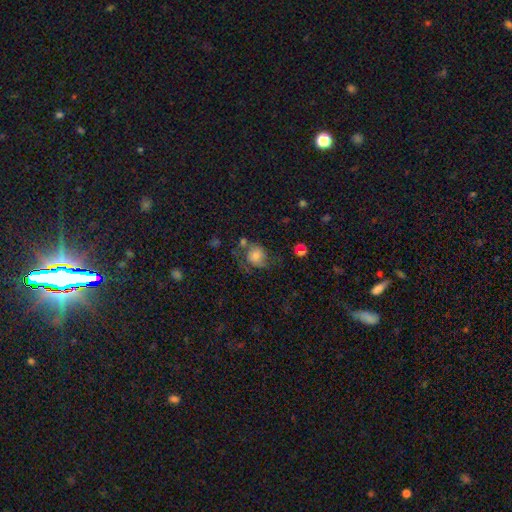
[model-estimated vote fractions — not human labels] Smooth or featured: smooth — 70% (featured or disk — 20%)
How rounded: round — 66% (in between — 33%)
Merging: none — 41% (minor disturbance — 26%)